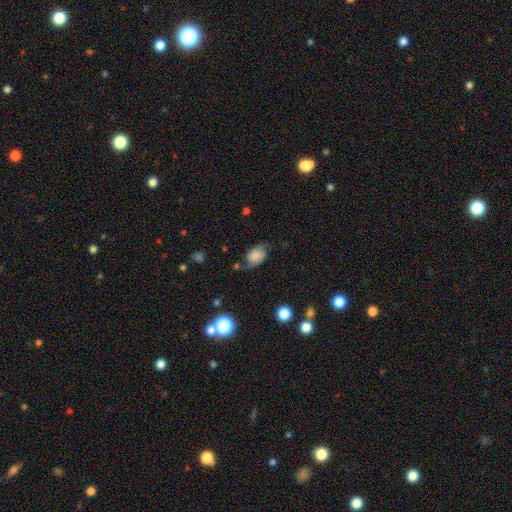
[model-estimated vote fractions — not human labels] This appears to be a smooth galaxy with no disk features (64%) that is in between round and cigar-shaped (82%). Merging: none (53%).